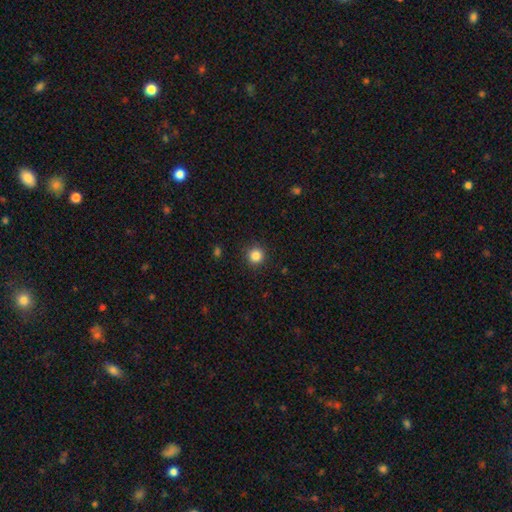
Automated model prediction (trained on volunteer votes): A smooth galaxy with no disk features (85%) that is round (95%). Merging: none (90%).